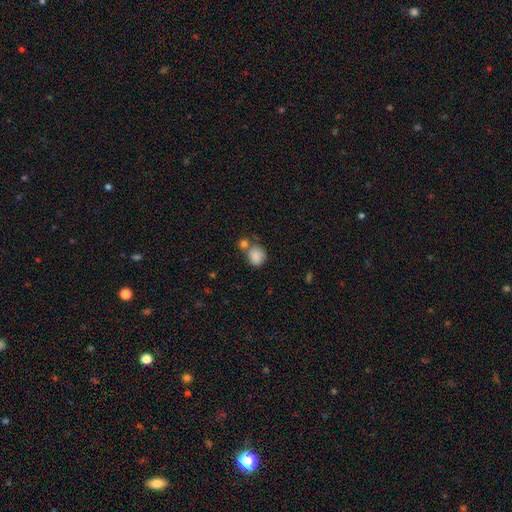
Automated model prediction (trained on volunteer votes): Smooth or featured: smooth — 85% (star or artifact — 8%)
How rounded: round — 66% (in between — 33%)
Merging: none — 46% (merger — 33%)